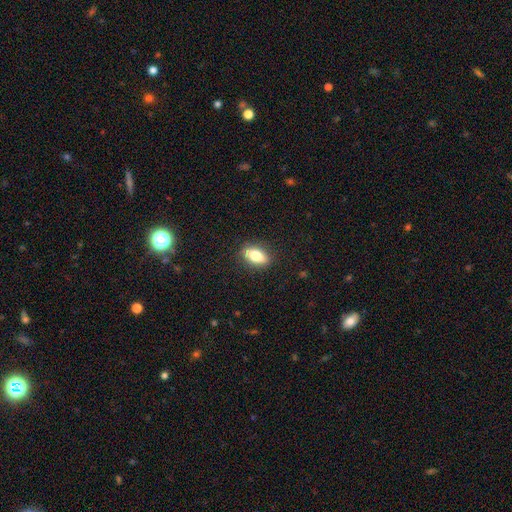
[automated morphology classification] smooth-or-featured: smooth: 72% | featured or disk: 20% | star or artifact: 8%
  how-rounded: in between: 80% | cigar-shaped: 13% | round: 6%
  merging: none: 86% | minor disturbance: 10% | major disturbance: 3% | merger: 1%